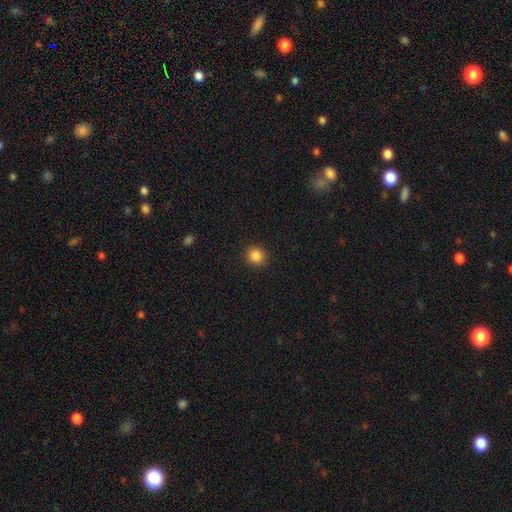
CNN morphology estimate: The model was most divided on "smooth or featured": smooth: 87%, star or artifact: 10%, featured or disk: 3%. More confident: merging — none (91%); how rounded — round (88%).